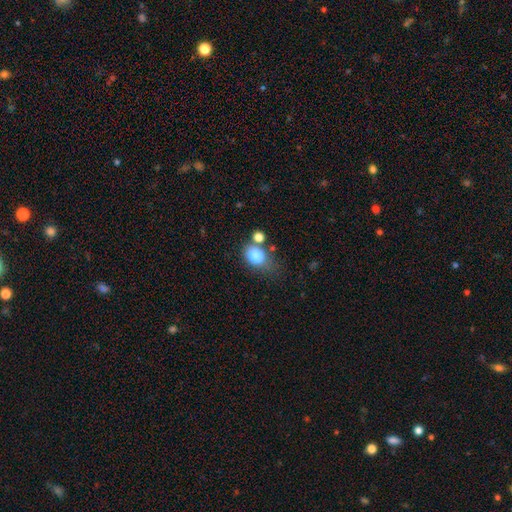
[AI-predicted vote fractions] smooth_or_featured: smooth (p=0.80) [alt: star or artifact p=0.10]
how_rounded: in between (p=0.55) [alt: round p=0.44]
merging: none (p=0.52) [alt: merger p=0.20]